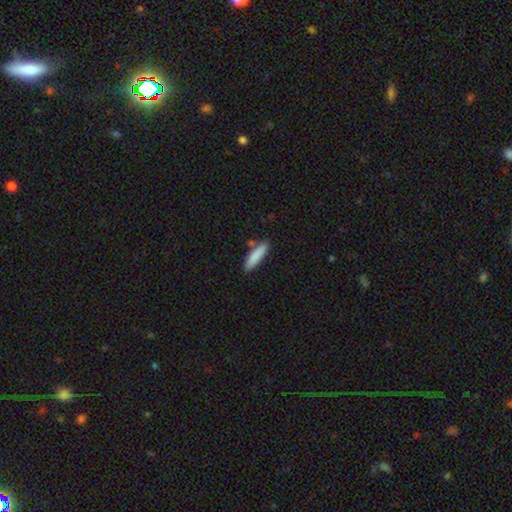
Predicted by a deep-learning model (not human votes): A smooth galaxy with no disk features (85%) that is cigar-shaped (78%). Merging: none (81%).